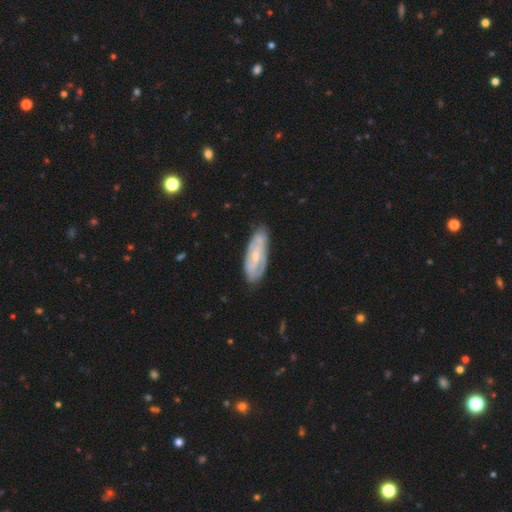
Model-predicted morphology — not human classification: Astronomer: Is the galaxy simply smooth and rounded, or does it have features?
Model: featured or disk — 73%.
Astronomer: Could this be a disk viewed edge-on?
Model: no — 88%.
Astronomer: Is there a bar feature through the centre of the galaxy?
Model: weak — 45% (runner-up: no, 37%).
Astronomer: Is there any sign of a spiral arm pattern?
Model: yes — 84%.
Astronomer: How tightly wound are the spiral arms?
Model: tight — 51% (runner-up: medium, 36%).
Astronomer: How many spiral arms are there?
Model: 2 — 54% (runner-up: can't tell, 32%).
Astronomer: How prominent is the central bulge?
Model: small — 60%.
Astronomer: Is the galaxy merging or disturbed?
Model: none — 76%.